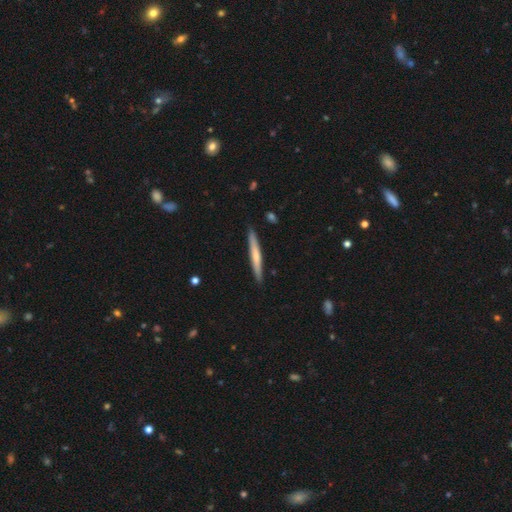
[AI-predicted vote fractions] Smooth or featured?
  - smooth: 55% *
  - featured or disk: 40%
  - star or artifact: 5%
How rounded?
  - cigar-shaped: 96% *
  - in between: 3%
  - round: 1%
Merging?
  - none: 91% *
  - minor disturbance: 7%
  - major disturbance: 1%
  - merger: 1%